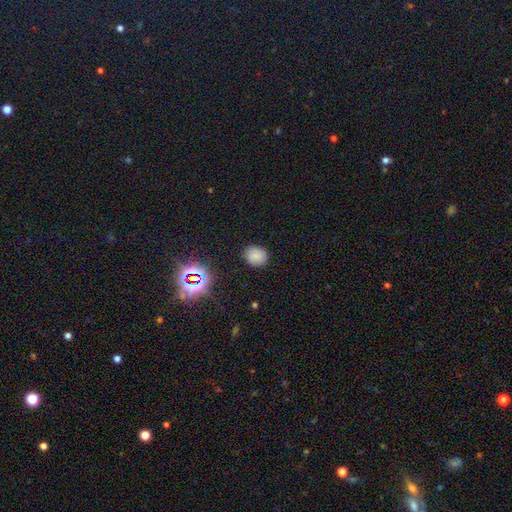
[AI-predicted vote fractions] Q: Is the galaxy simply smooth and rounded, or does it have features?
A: smooth — 78%.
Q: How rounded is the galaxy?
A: round — 70%.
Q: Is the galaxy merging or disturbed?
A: none — 85%.